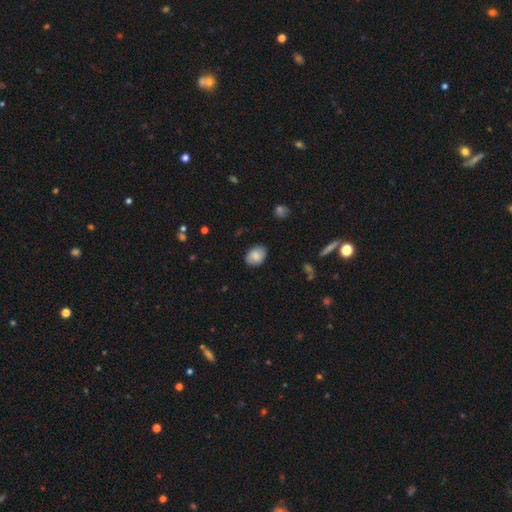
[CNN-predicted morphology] smooth-or-featured: smooth: 80% | featured or disk: 13% | star or artifact: 7%
  how-rounded: in between: 71% | round: 28% | cigar-shaped: 1%
  merging: none: 83% | minor disturbance: 13% | major disturbance: 3% | merger: 1%